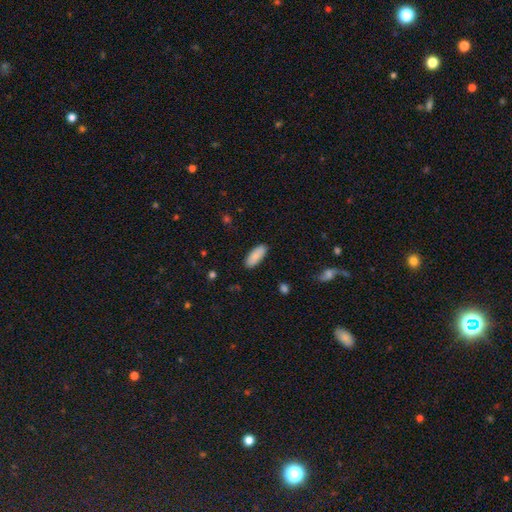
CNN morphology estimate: Smooth or featured? smooth (88%)
How rounded? in between (77%)
Merging? none (90%)